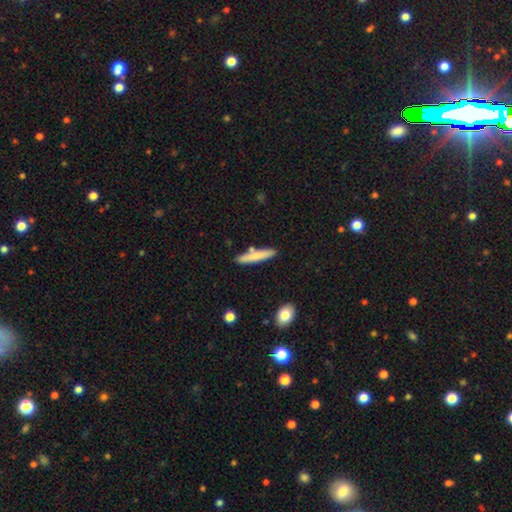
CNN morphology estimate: Smooth or featured: smooth — 76% (featured or disk — 18%)
How rounded: cigar-shaped — 90% (in between — 9%)
Merging: none — 82% (minor disturbance — 10%)